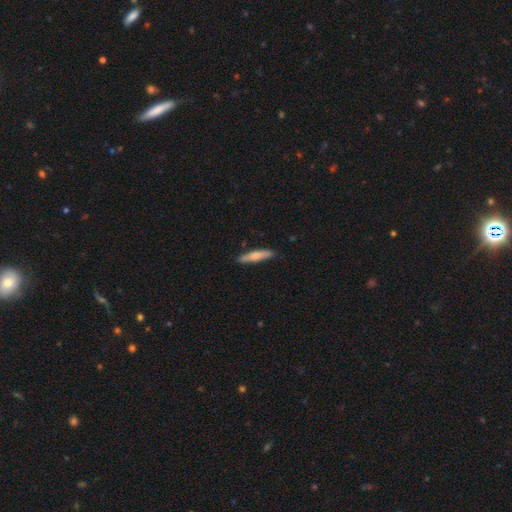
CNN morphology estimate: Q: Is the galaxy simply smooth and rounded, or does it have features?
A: smooth — 68%.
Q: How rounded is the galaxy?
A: cigar-shaped — 87%.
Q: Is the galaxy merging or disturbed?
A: none — 87%.